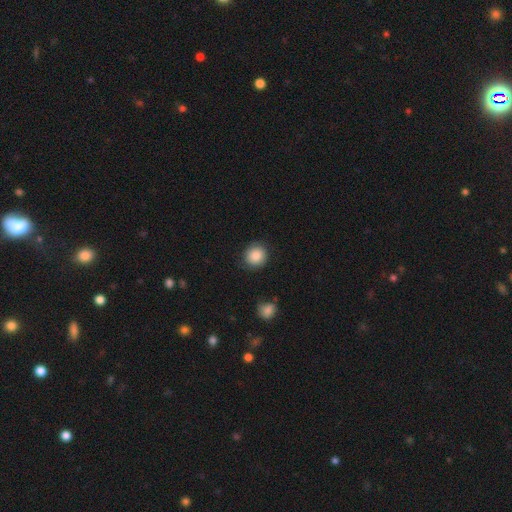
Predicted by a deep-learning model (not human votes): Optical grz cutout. It shows a smooth galaxy with no disk features (86%) that is round (86%). Merging: none (83%).